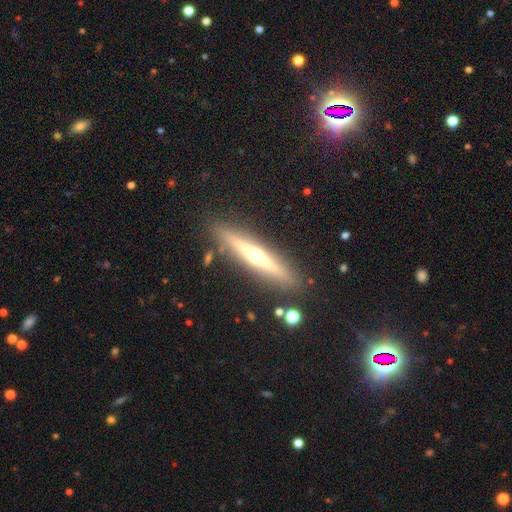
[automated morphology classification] Q: Smooth or featured?
A: featured or disk (70%); runner-up: smooth (23%)
Q: Edge-on disk?
A: yes (96%); runner-up: no (4%)
Q: Edge-on bulge?
A: rounded (92%); runner-up: none (4%)
Q: Merging?
A: none (87%); runner-up: minor disturbance (8%)